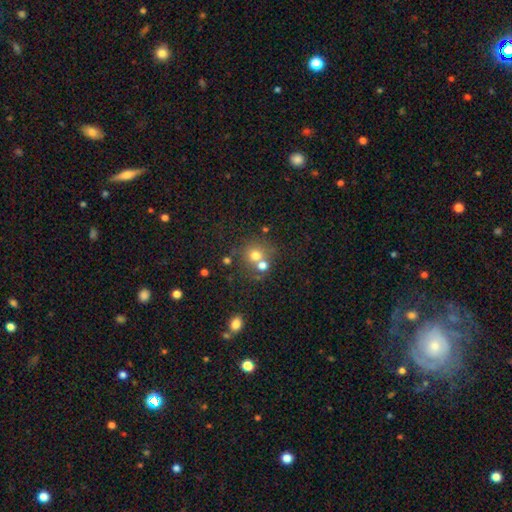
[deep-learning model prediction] Morphology: type=smooth (69%); roundness=round (87%); merging=none (55%).